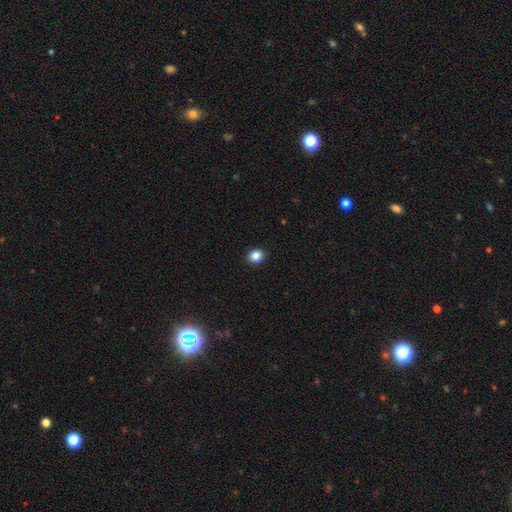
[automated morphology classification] smooth_or_featured: smooth (p=0.86) [alt: star or artifact p=0.10]
how_rounded: round (p=0.74) [alt: in between p=0.25]
merging: none (p=0.92) [alt: minor disturbance p=0.05]